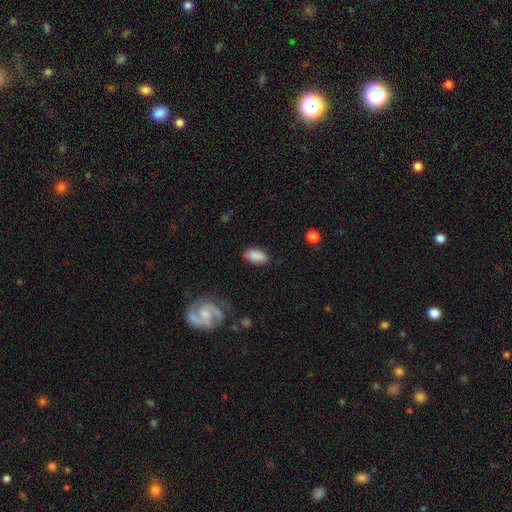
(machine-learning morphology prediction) Smooth or featured? smooth (86%)
How rounded? in between (92%)
Merging? none (81%)